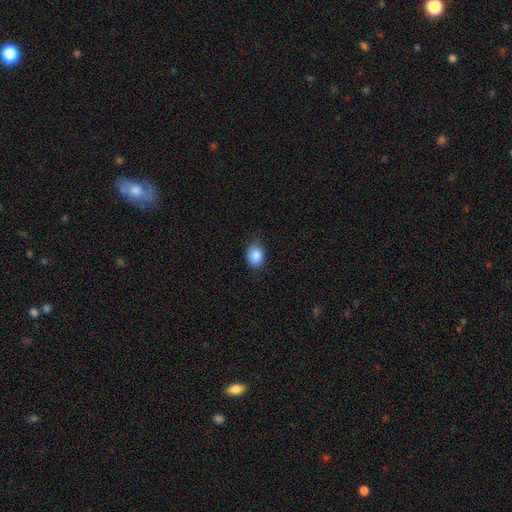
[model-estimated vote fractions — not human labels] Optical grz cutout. It shows a smooth galaxy with no disk features (88%) that is in between round and cigar-shaped (66%). Merging: none (78%).